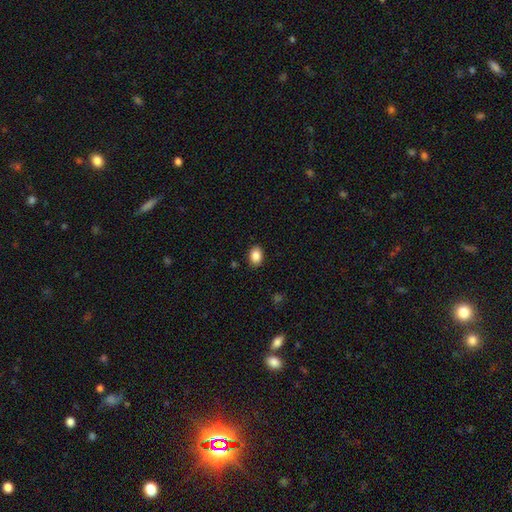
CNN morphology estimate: smooth-or-featured: smooth: 87% | star or artifact: 8% | featured or disk: 5%
  how-rounded: in between: 76% | round: 23% | cigar-shaped: 1%
  merging: none: 89% | minor disturbance: 8% | major disturbance: 2% | merger: 1%